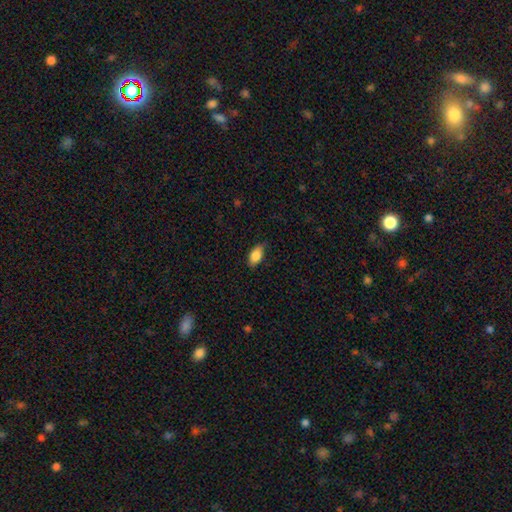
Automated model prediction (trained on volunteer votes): A smooth galaxy with no disk features (86%) that is in between round and cigar-shaped (90%).

Vote fractions:
- Smooth or featured? smooth: 86% / star or artifact: 7% / featured or disk: 7%
- How rounded? in between: 90% / round: 5% / cigar-shaped: 4%
- Merging? none: 74% / minor disturbance: 22% / major disturbance: 4% / merger: 1%